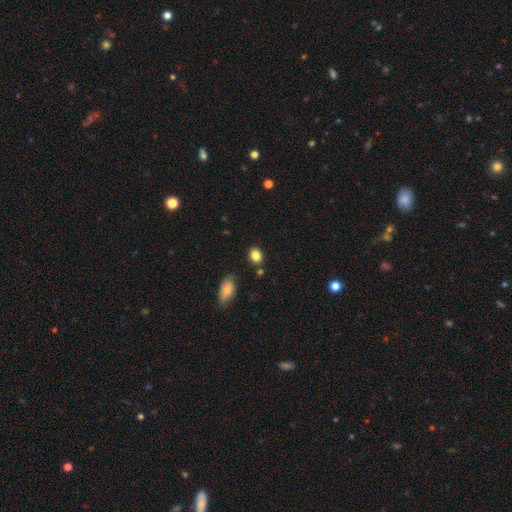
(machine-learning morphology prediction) Smooth or featured?
  - smooth: 85% *
  - star or artifact: 10%
  - featured or disk: 5%
How rounded?
  - round: 54% *
  - in between: 45%
  - cigar-shaped: 1%
Merging?
  - none: 83% *
  - minor disturbance: 11%
  - merger: 4%
  - major disturbance: 3%